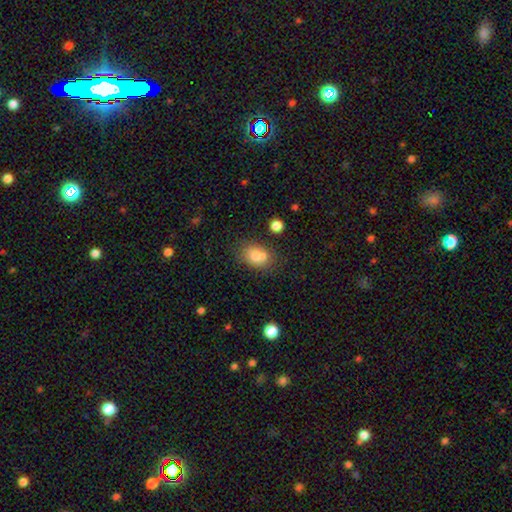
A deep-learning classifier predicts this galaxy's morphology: Smooth or featured?
  - smooth: 77% *
  - featured or disk: 12%
  - star or artifact: 10%
How rounded?
  - in between: 71% *
  - round: 28%
  - cigar-shaped: 1%
Merging?
  - none: 54% *
  - merger: 25%
  - minor disturbance: 16%
  - major disturbance: 5%